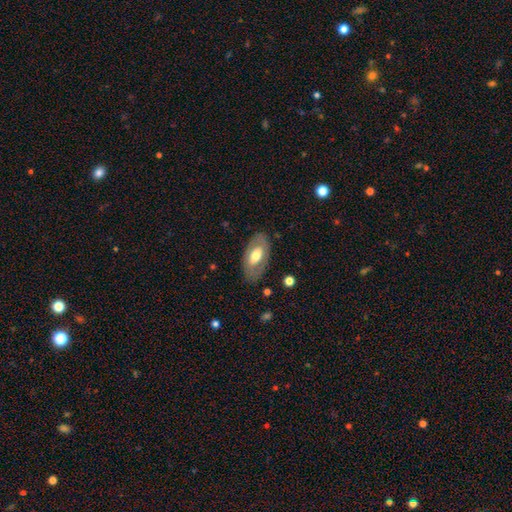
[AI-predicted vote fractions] This is possibly a smooth galaxy (48%). Merging: likely none (80%).